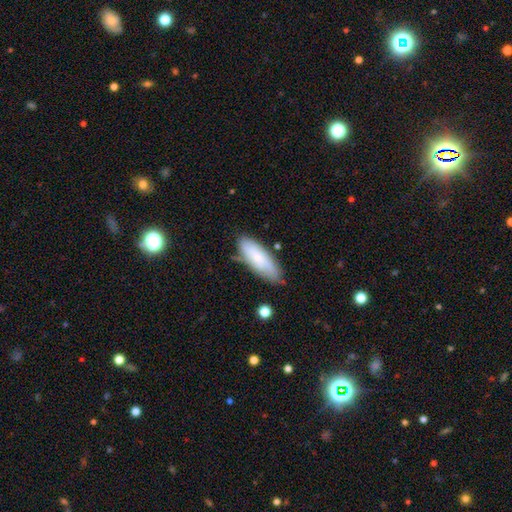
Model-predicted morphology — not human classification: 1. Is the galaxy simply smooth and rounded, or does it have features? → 70% smooth, 23% featured or disk, 8% star or artifact.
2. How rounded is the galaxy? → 61% in between, 38% cigar-shaped, 2% round.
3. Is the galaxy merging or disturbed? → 74% none, 20% minor disturbance, 4% major disturbance, 2% merger.